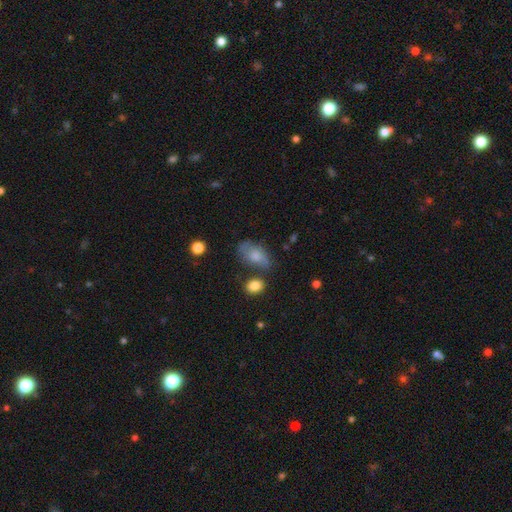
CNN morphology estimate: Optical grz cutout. It shows a smooth galaxy with no disk features (74%) that is in between round and cigar-shaped (90%). Merging: none (50%).